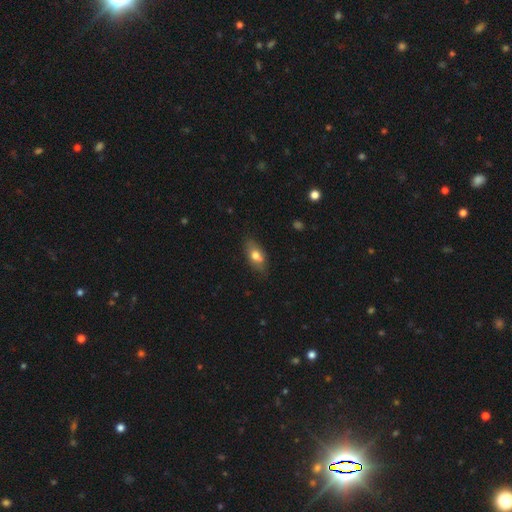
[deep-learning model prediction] Smooth or featured: smooth — 71% (featured or disk — 21%)
How rounded: in between — 85% (cigar-shaped — 8%)
Merging: none — 73% (minor disturbance — 20%)